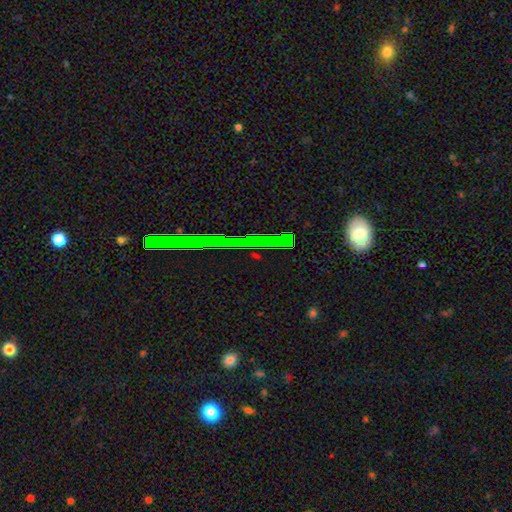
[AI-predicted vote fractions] Smooth or featured? star or artifact (63%)